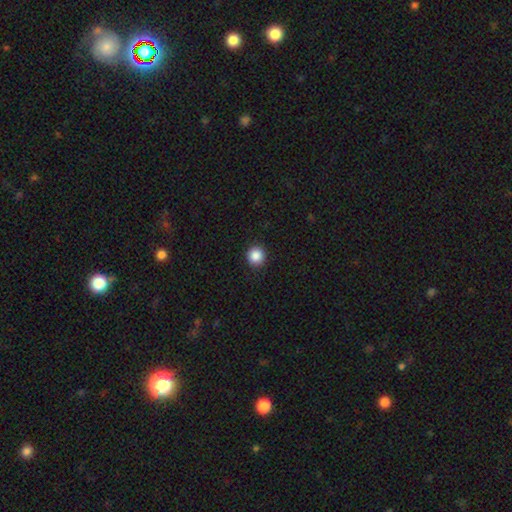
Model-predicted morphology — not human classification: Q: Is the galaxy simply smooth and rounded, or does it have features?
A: smooth — 88%.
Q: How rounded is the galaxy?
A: round — 94%.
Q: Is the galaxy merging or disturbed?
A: none — 92%.